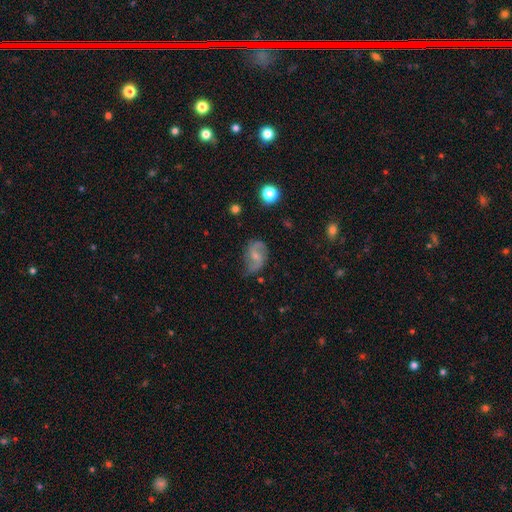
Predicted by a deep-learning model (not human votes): Overall: featured or disk (74%). Edge-on disk: no (97%). Bar: weak (48%; no 38%). Spiral arms: yes (92%). Spiral arm count: 2 (89%). Spiral winding: loose (56%; medium 34%). Bulge size: small (55%; moderate 33%). Merging: none (63%; minor disturbance 24%).